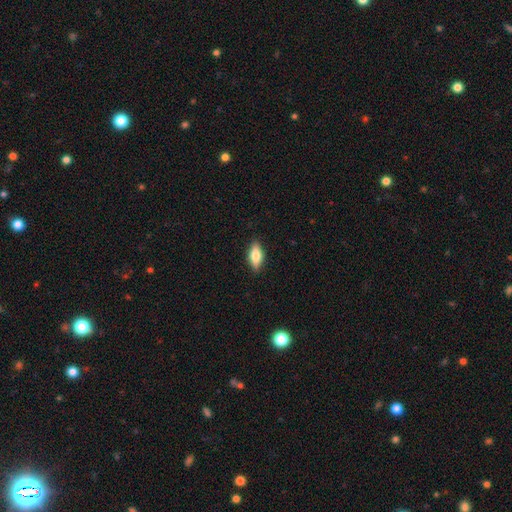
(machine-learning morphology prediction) smooth-or-featured: smooth: 74% | featured or disk: 19% | star or artifact: 6%
  how-rounded: in between: 81% | cigar-shaped: 16% | round: 3%
  merging: none: 87% | minor disturbance: 10% | major disturbance: 2% | merger: 1%